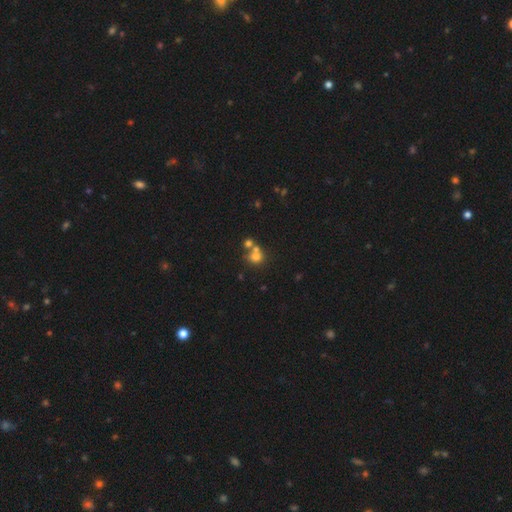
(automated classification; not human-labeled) The model was most divided on "merging": none: 45%, merger: 43%, minor disturbance: 8%, major disturbance: 4%. More confident: how rounded — round (82%); smooth or featured — smooth (70%).